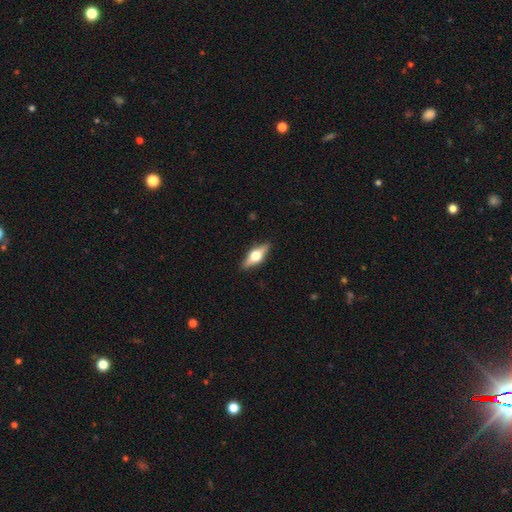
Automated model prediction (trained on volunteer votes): A featured or disk galaxy (59%) viewed edge-on (94%) with a rounded central bulge (96%).

Vote fractions:
- Smooth or featured? featured or disk: 59% / smooth: 34% / star or artifact: 6%
- Edge-on disk? yes: 94% / no: 6%
- Edge-on bulge? rounded: 96% / boxy: 3% / none: 1%
- Merging? none: 89% / minor disturbance: 8% / major disturbance: 2% / merger: 1%